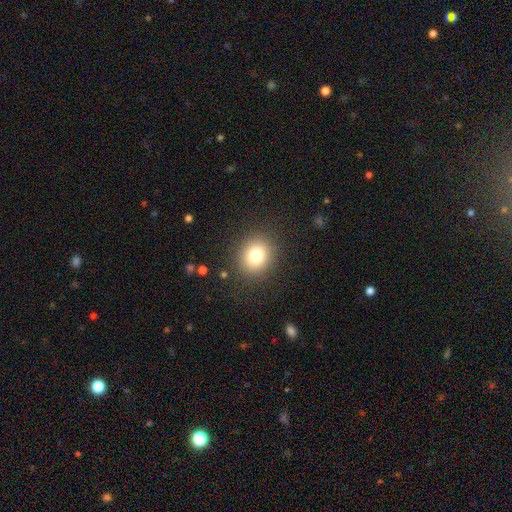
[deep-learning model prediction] This is likely a smooth galaxy (79%). How rounded: likely round (77%). Merging: clearly none (88%).